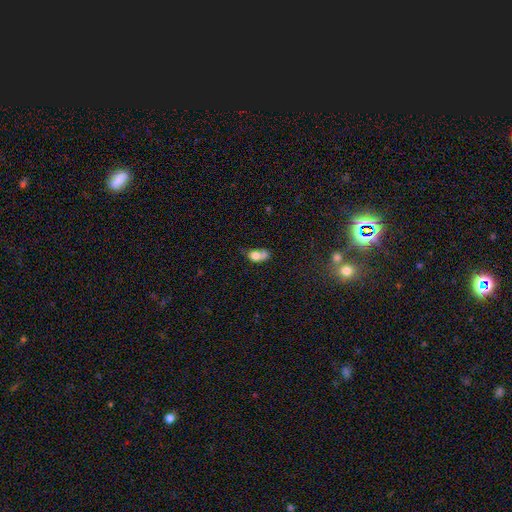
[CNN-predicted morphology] A smooth galaxy with no disk features (71%) that is in between round and cigar-shaped (75%). Merging: merger (31%).